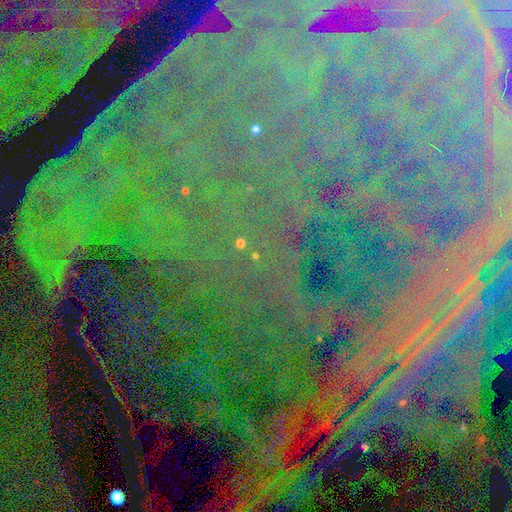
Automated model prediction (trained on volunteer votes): A star or artifact, not a galaxy (84%).

Vote fractions:
- Smooth or featured? star or artifact: 84% / featured or disk: 9% / smooth: 7%